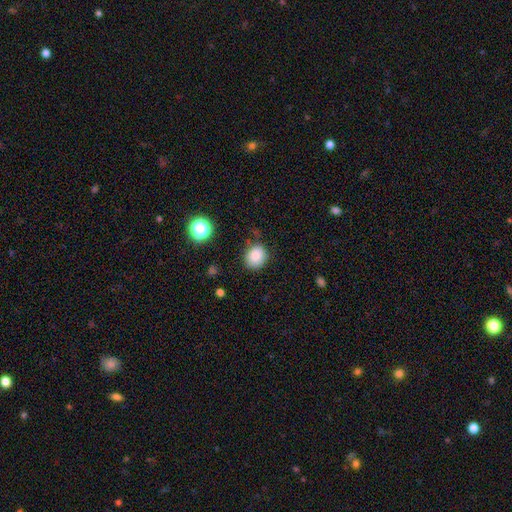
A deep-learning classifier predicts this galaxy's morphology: Q: Smooth or featured?
A: smooth (84%); runner-up: star or artifact (11%)
Q: How rounded?
A: round (66%); runner-up: in between (33%)
Q: Merging?
A: none (79%); runner-up: minor disturbance (15%)